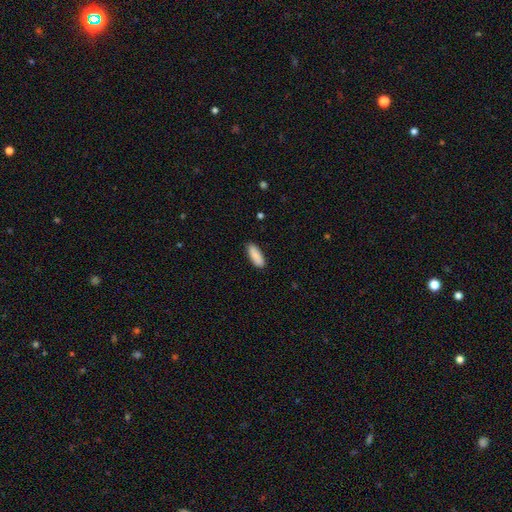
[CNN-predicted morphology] Smooth or featured? Predicted: smooth (p=0.89). How rounded? Predicted: in between (p=0.70). Merging? Predicted: none (p=0.87).